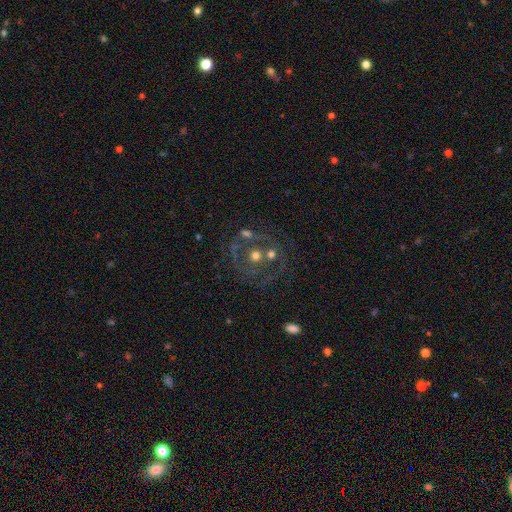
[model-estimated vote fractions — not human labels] This appears to be a featured or disk galaxy (56%) with no bar (89%), no spiral arms (72%) and a moderate central bulge (66%). Merging: none (54%).